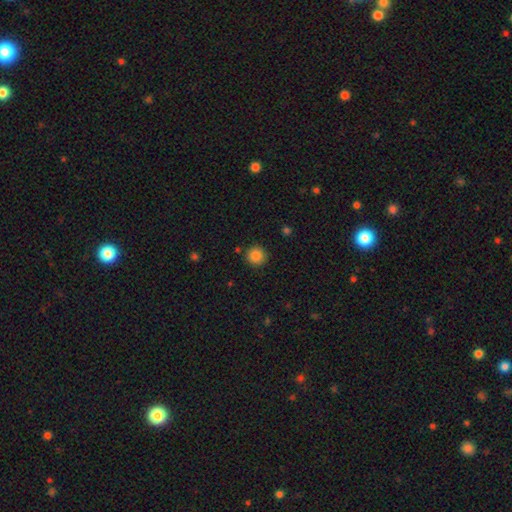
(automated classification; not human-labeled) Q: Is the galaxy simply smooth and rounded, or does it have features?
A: smooth — 86%.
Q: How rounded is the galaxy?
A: round — 95%.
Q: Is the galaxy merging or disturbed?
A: none — 89%.